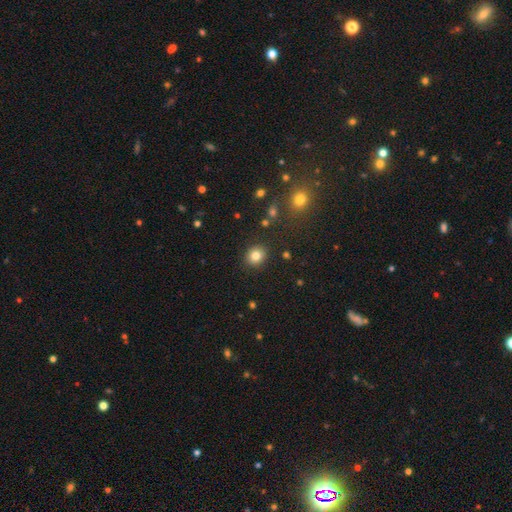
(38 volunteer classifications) smooth-or-featured: smooth: 92% | star or artifact: 5% | featured or disk: 3%
  how-rounded: round: 74% | in between: 23% | cigar-shaped: 3%
  merging: none: 94% | minor disturbance: 6% | major disturbance: 0% | merger: 0%